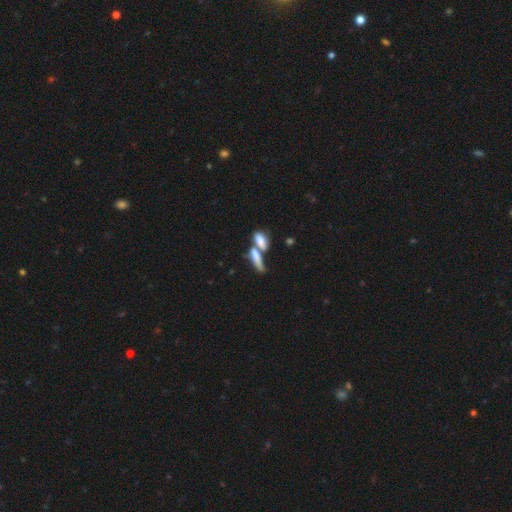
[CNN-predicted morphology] smooth-or-featured: smooth: 69% | featured or disk: 22% | star or artifact: 8%
  how-rounded: in between: 56% | cigar-shaped: 38% | round: 5%
  merging: merger: 57% | none: 28% | minor disturbance: 9% | major disturbance: 6%